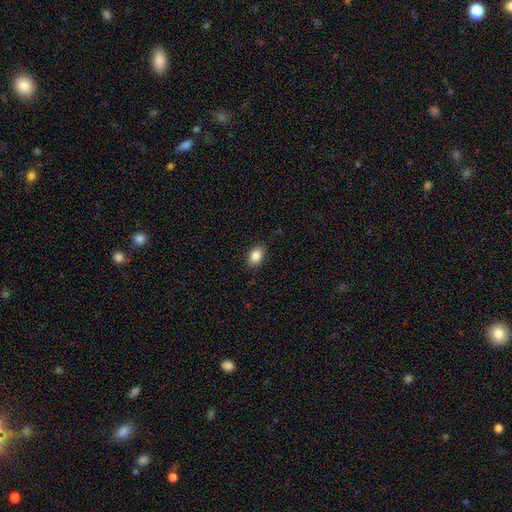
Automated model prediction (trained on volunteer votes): This appears to be a smooth galaxy with no disk features (86%) that is in between round and cigar-shaped (79%). Merging: none (87%).